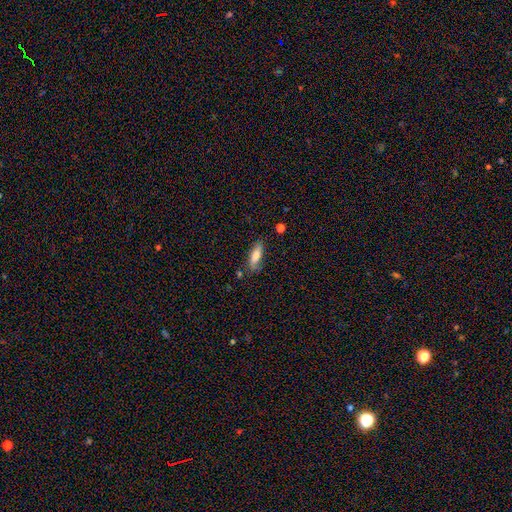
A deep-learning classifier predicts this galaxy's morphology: This is likely a smooth galaxy (75%). How rounded: likely in between (63%). Merging: likely none (70%).